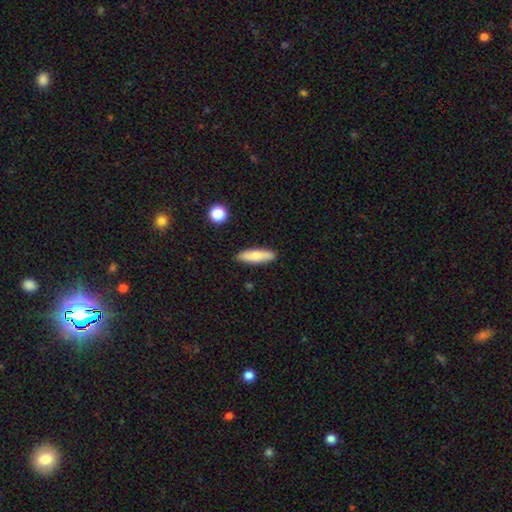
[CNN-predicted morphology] Smooth or featured? smooth (78%)
How rounded? cigar-shaped (66%)
Merging? none (88%)